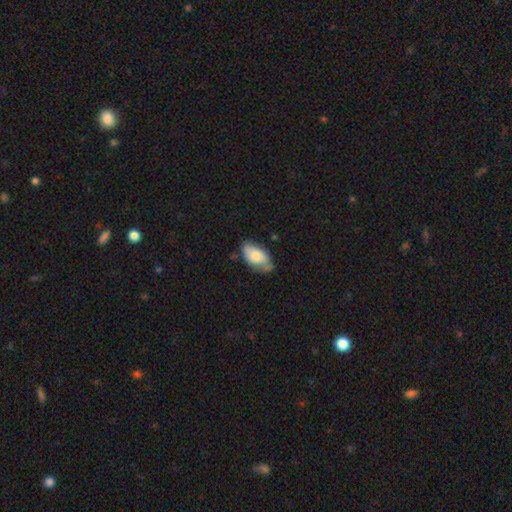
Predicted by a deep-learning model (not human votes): Smooth or featured? smooth (67%)
How rounded? in between (94%)
Merging? none (52%)